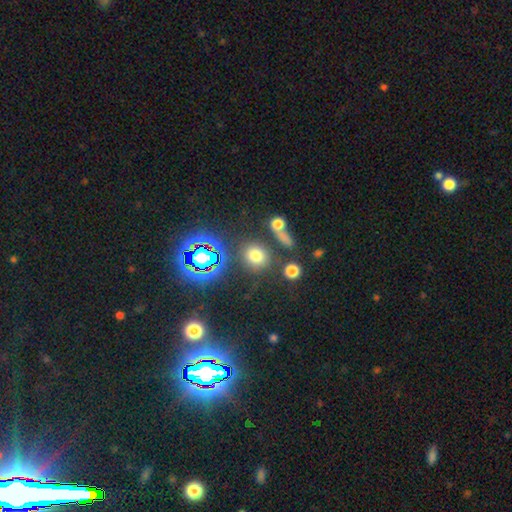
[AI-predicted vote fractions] Smooth or featured? Predicted: smooth (p=0.67). How rounded? Predicted: round (p=0.79). Merging? Predicted: none (p=0.77).